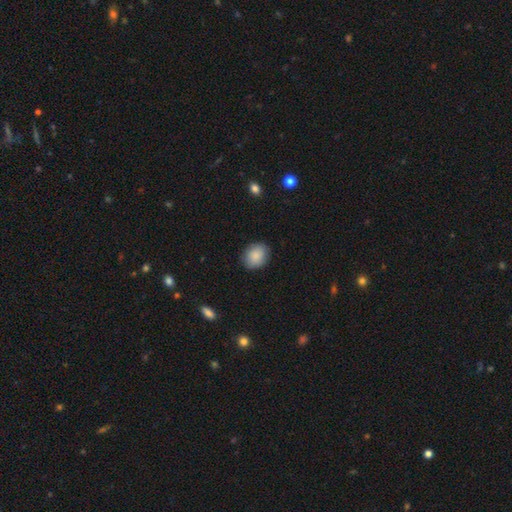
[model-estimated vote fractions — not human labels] The model was most divided on "how rounded": in between: 54%, round: 45%, cigar-shaped: 1%. More confident: smooth or featured — smooth (88%); merging — none (87%).